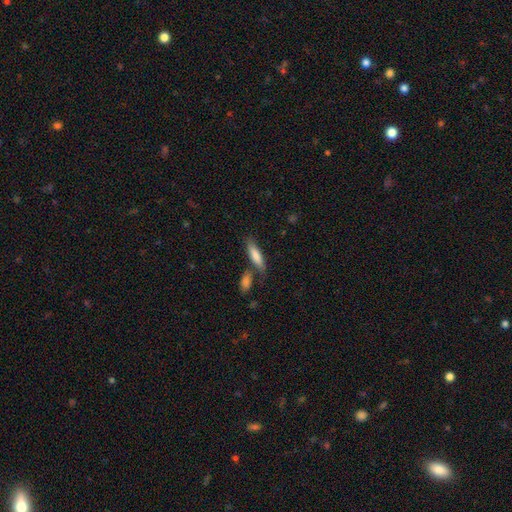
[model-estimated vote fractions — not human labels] smooth 80%, featured or disk 14%, star or artifact 6%. Down the decision tree: how rounded — cigar-shaped (60%); merging — none (61%).